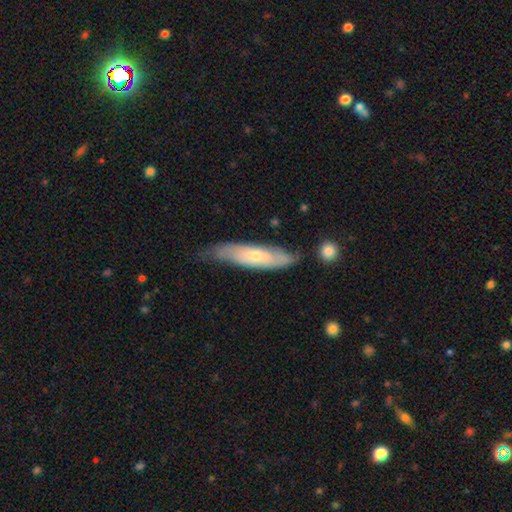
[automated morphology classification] Overall: featured or disk (50%; smooth 45%). Merging: none (62%; minor disturbance 27%).